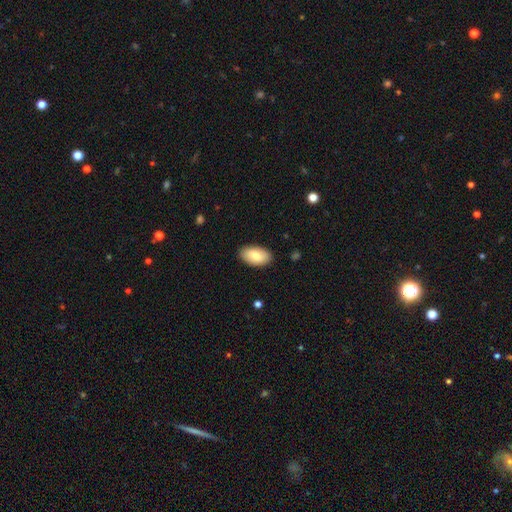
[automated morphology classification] This is likely a smooth galaxy (78%). How rounded: clearly in between (95%). Merging: clearly none (88%).